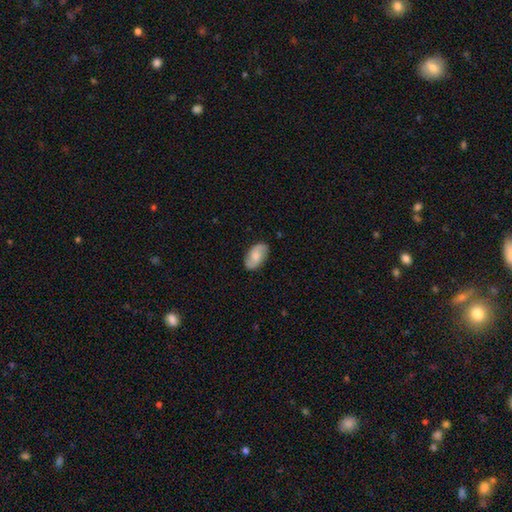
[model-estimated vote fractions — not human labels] smooth_or_featured: featured or disk (p=0.48) [alt: smooth p=0.45]
merging: none (p=0.84) [alt: minor disturbance p=0.12]